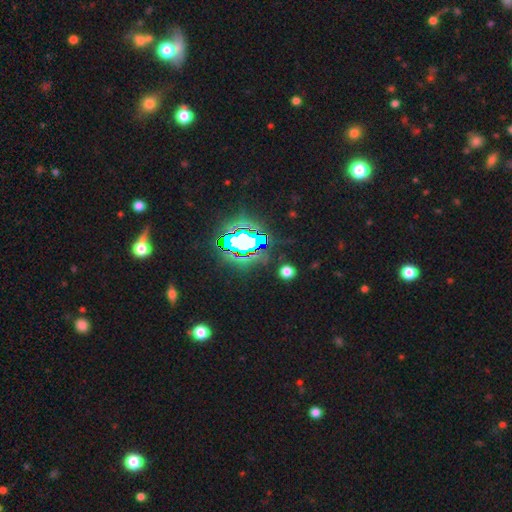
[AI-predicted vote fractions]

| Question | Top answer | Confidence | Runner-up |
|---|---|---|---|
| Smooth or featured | star or artifact | 73% | smooth (15%) |